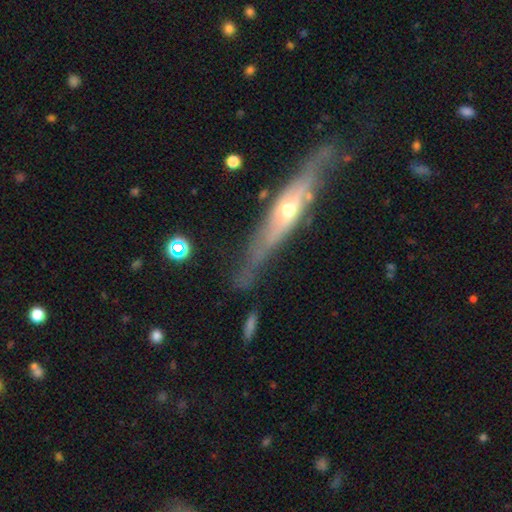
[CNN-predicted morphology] smooth-or-featured: featured or disk: 76% | smooth: 18% | star or artifact: 6%
  disk-edge-on: yes: 77% | no: 23%
    edge-on-bulge: rounded: 80% | none: 15% | boxy: 6%
  merging: none: 69% | minor disturbance: 21% | major disturbance: 8% | merger: 3%